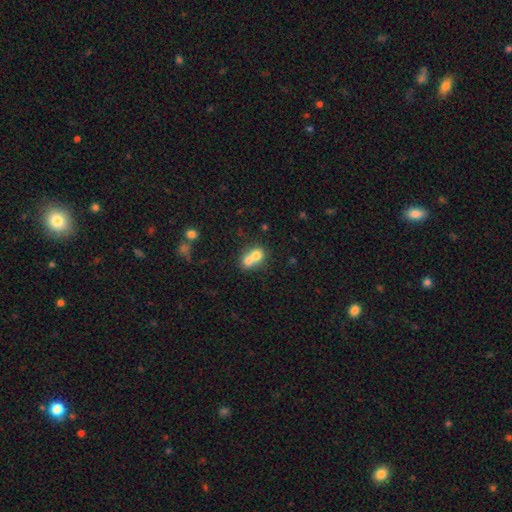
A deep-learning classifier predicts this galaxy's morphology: smooth-or-featured: smooth: 71% | featured or disk: 19% | star or artifact: 10%
  how-rounded: round: 64% | in between: 34% | cigar-shaped: 1%
  merging: merger: 70% | none: 22% | minor disturbance: 5% | major disturbance: 3%